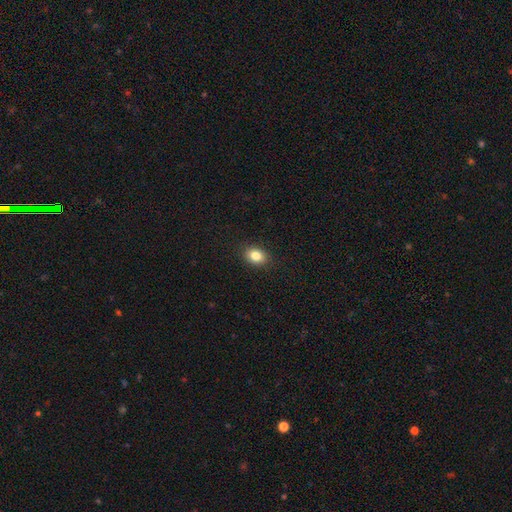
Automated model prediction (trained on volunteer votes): This is clearly a smooth galaxy (83%). How rounded: likely in between (68%). Merging: clearly none (89%).